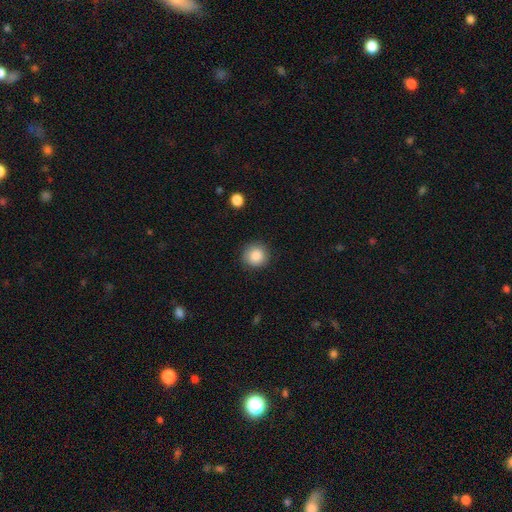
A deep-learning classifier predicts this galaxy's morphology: A smooth galaxy with no disk features (85%) that is round (93%).

Vote fractions:
- Smooth or featured? smooth: 85% / star or artifact: 9% / featured or disk: 6%
- How rounded? round: 93% / in between: 6% / cigar-shaped: 1%
- Merging? none: 88% / minor disturbance: 9% / major disturbance: 2% / merger: 1%